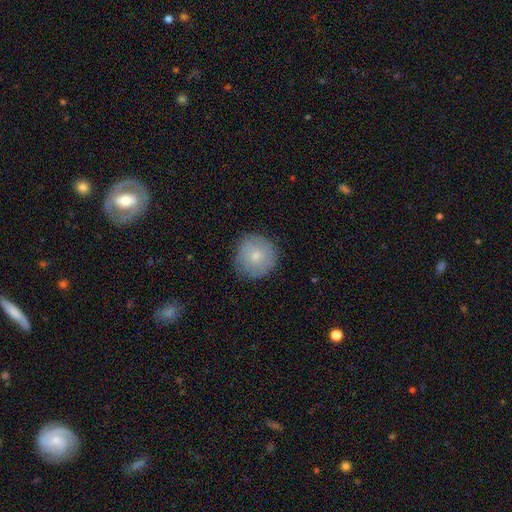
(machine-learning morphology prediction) This appears to be a smooth galaxy with no disk features (71%) that is round (94%). Merging: none (85%).